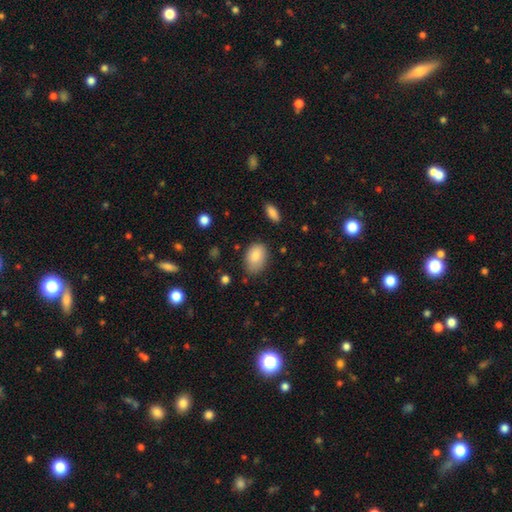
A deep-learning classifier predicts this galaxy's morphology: Smooth or featured: smooth — 84% (featured or disk — 9%)
How rounded: in between — 82% (round — 17%)
Merging: none — 71% (minor disturbance — 22%)